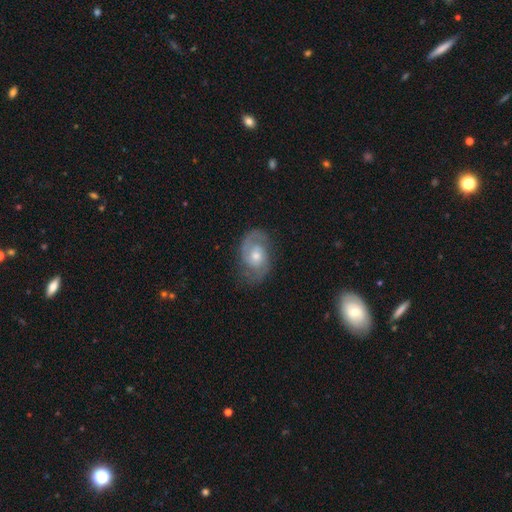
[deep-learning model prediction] Overall: featured or disk (86%). Edge-on disk: no (97%). Bar: no (64%; weak 31%). Spiral arms: yes (96%). Spiral arm count: 2 (87%). Spiral winding: medium (48%; tight 38%). Bulge size: moderate (61%; small 33%). Merging: none (77%).